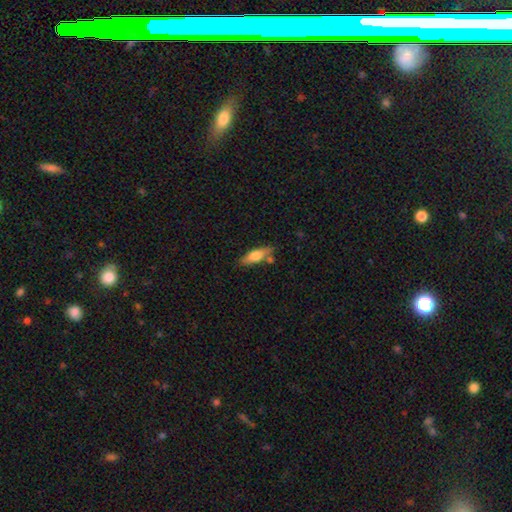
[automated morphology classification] A smooth galaxy with no disk features (61%) that is in between round and cigar-shaped (51%).

Vote fractions:
- Smooth or featured? smooth: 61% / featured or disk: 32% / star or artifact: 6%
- How rounded? in between: 51% / cigar-shaped: 46% / round: 3%
- Merging? none: 71% / minor disturbance: 16% / merger: 9% / major disturbance: 4%